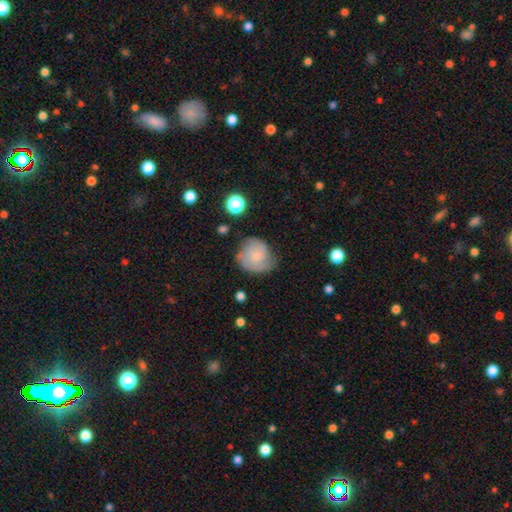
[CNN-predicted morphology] A smooth galaxy with no disk features (47%).

Vote fractions:
- Smooth or featured? smooth: 47% / featured or disk: 45% / star or artifact: 8%
- Merging? none: 60% / minor disturbance: 28% / major disturbance: 10% / merger: 2%